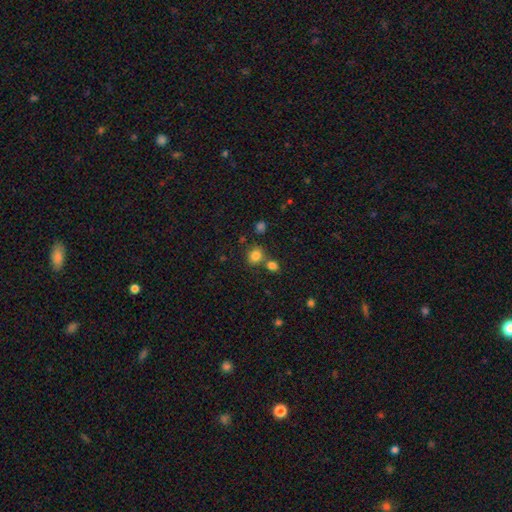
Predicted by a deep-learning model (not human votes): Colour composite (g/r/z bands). It shows a smooth galaxy with no disk features (81%) that is round (61%). Merging: none (64%).